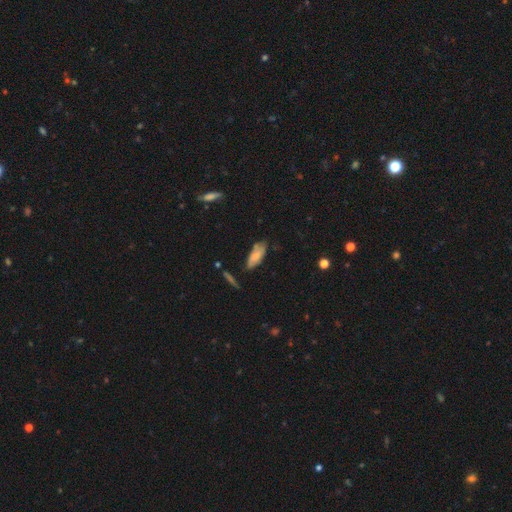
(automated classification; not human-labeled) Smooth or featured? Predicted: smooth (p=0.77). How rounded? Predicted: in between (p=0.75). Merging? Predicted: none (p=0.67).